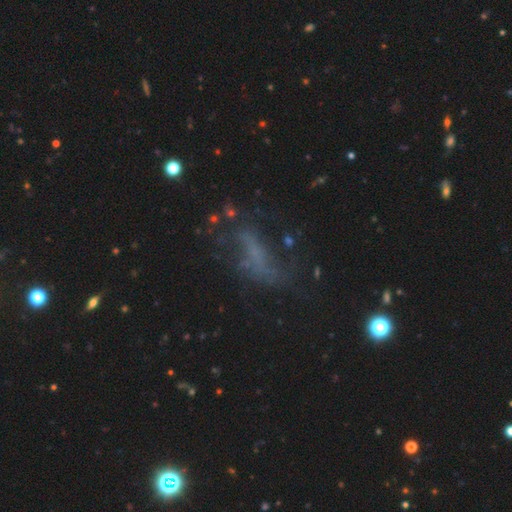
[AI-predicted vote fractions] Q: Smooth or featured?
A: featured or disk (45%); runner-up: smooth (30%)
Q: Merging?
A: none (46%); runner-up: major disturbance (28%)